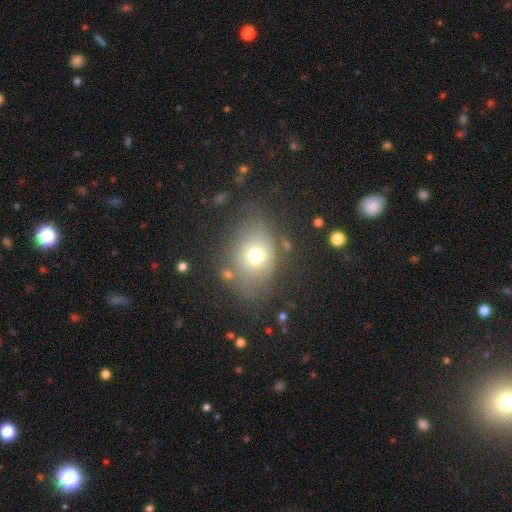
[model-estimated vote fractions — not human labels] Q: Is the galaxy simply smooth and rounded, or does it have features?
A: smooth — 67%.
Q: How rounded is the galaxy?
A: in between — 55%.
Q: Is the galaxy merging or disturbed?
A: none — 57%.